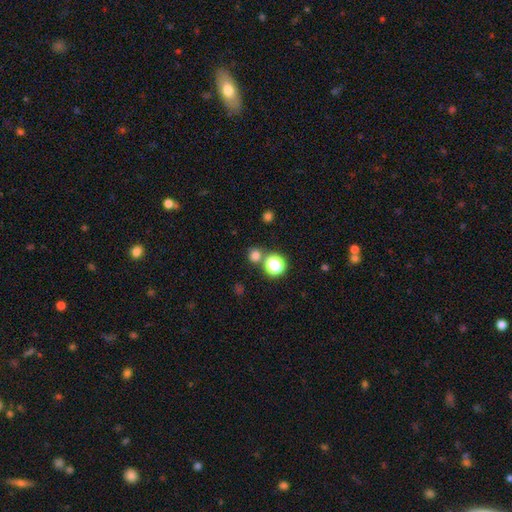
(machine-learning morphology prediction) Smooth or featured? smooth (73%)
How rounded? round (91%)
Merging? none (74%)